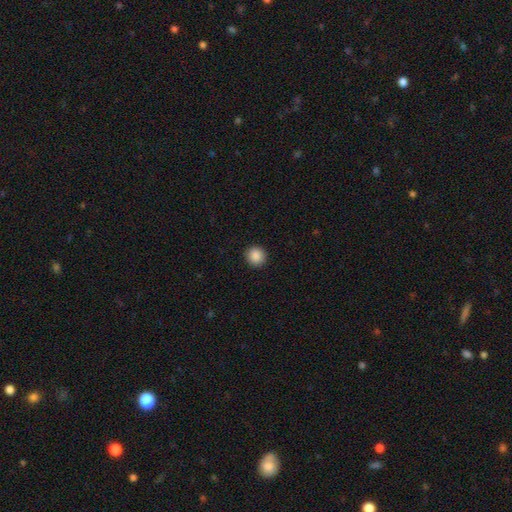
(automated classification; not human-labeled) Smooth or featured? smooth (89%)
How rounded? round (93%)
Merging? none (92%)